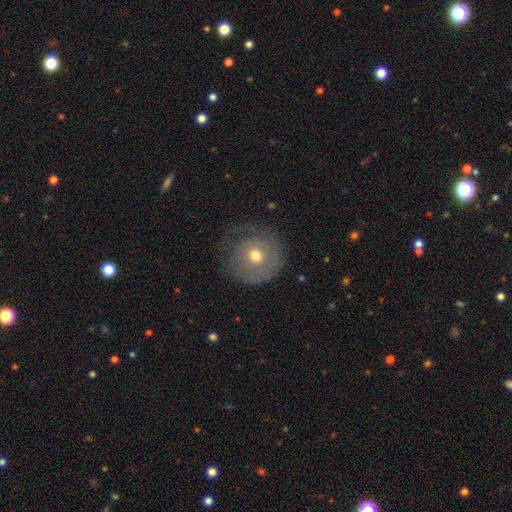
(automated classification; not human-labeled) Q: Smooth or featured?
A: smooth (48%); runner-up: featured or disk (44%)
Q: Merging?
A: none (65%); runner-up: minor disturbance (20%)